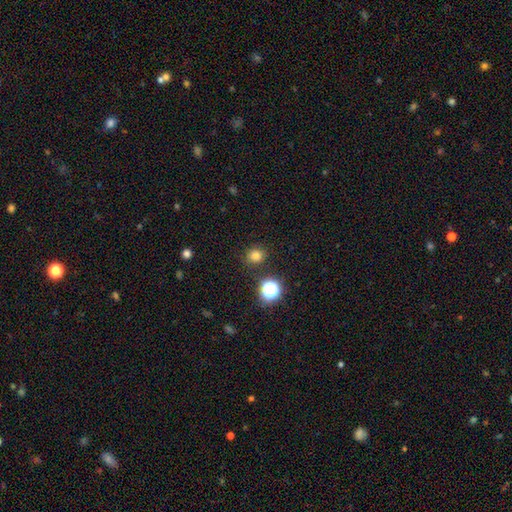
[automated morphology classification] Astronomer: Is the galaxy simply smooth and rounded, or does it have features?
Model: smooth — 77%.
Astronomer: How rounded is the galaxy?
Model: round — 81%.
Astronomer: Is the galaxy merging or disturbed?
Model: none — 86%.